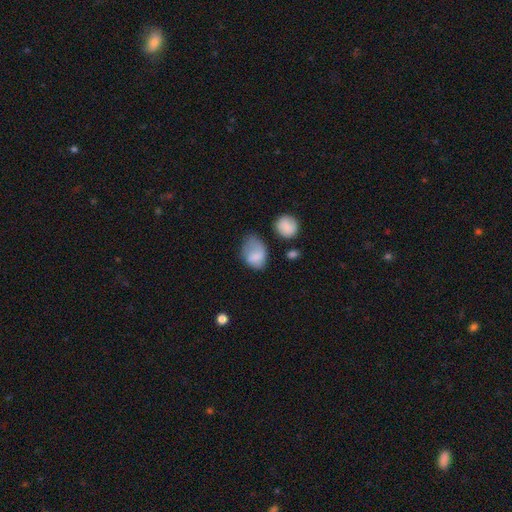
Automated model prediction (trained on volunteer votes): Q: Smooth or featured?
A: smooth (75%); runner-up: featured or disk (17%)
Q: How rounded?
A: in between (69%); runner-up: round (30%)
Q: Merging?
A: minor disturbance (37%); runner-up: none (35%)